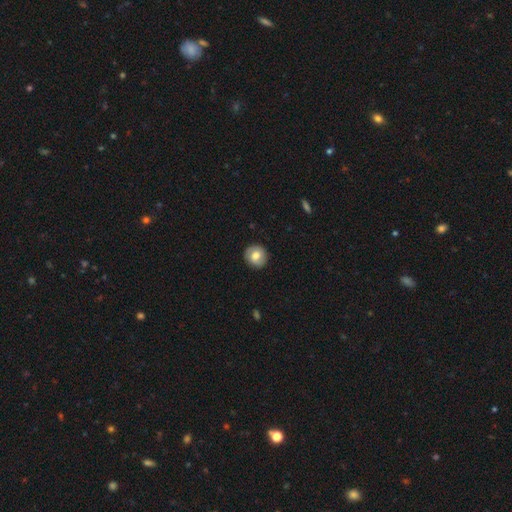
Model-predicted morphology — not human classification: type=smooth (72%); roundness=round (90%); merging=none (89%).